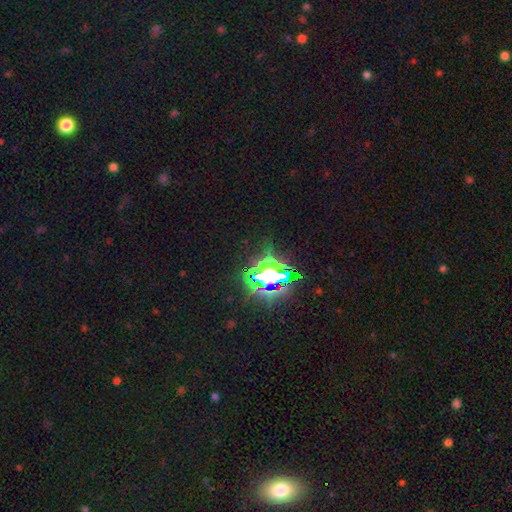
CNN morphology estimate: Overall: star or artifact (82%).